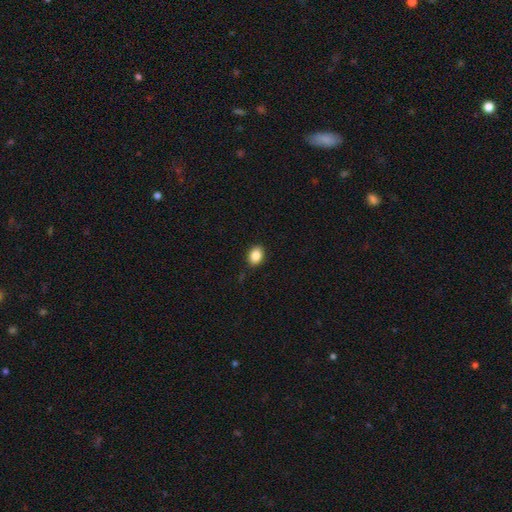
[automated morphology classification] Q: Smooth or featured?
A: smooth (87%); runner-up: star or artifact (9%)
Q: How rounded?
A: in between (66%); runner-up: round (33%)
Q: Merging?
A: none (88%); runner-up: minor disturbance (9%)